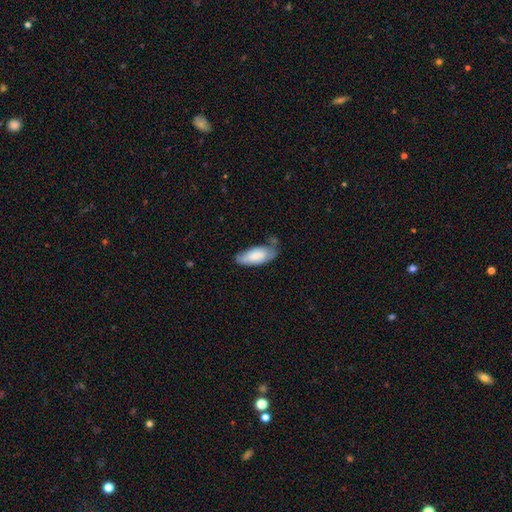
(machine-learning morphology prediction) Overall: smooth (72%). How rounded: in between (85%). Merging: none (45%; minor disturbance 37%).